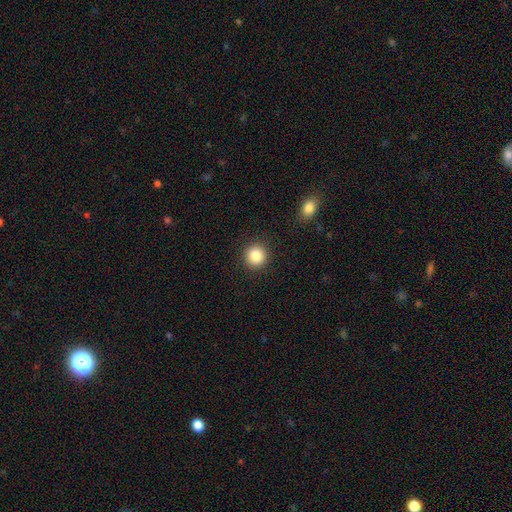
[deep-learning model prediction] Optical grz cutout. It shows a smooth galaxy with no disk features (85%) that is round (94%). Merging: none (91%).